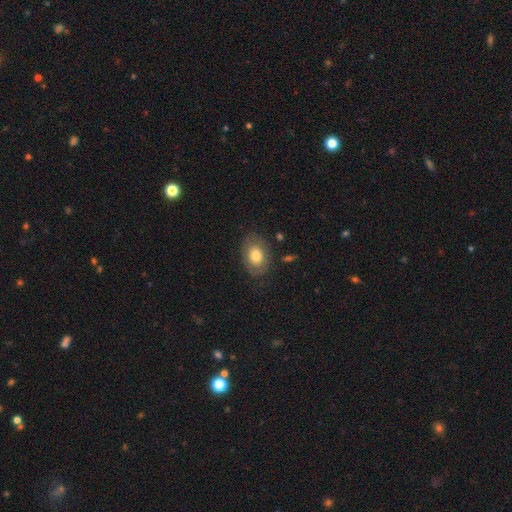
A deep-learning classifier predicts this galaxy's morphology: smooth 73%, featured or disk 20%, star or artifact 7%. Down the decision tree: how rounded — in between (79%); merging — none (79%).